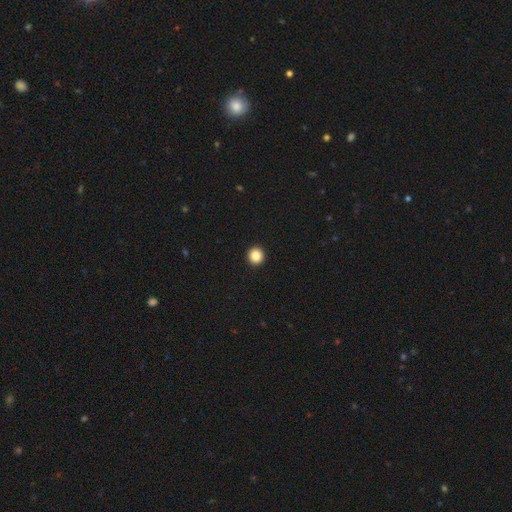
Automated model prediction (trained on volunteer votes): This is clearly a smooth galaxy (86%). How rounded: clearly round (94%). Merging: clearly none (94%).